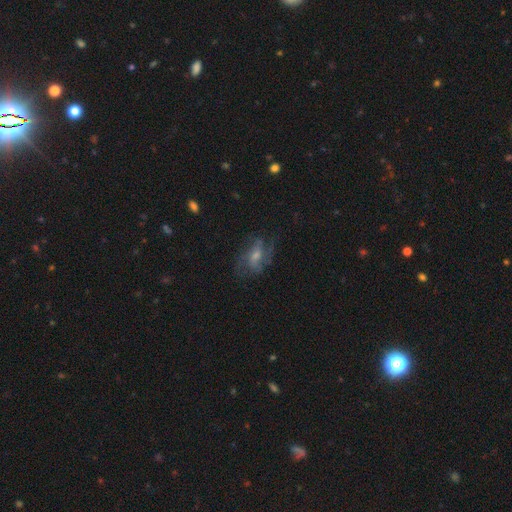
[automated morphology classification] Smooth or featured: featured or disk — 62% (smooth — 28%)
Edge-on disk: no — 95% (yes — 5%)
Bar: no — 51% (weak — 39%)
Spiral arms: yes — 75% (no — 25%)
Bulge size: moderate — 43% (tied with small — 43%)
Merging: none — 55% (minor disturbance — 22%)